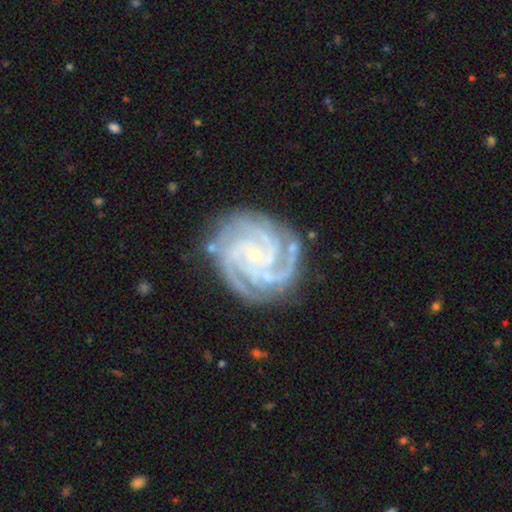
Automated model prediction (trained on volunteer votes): smooth-or-featured: featured or disk: 92% | star or artifact: 5% | smooth: 3%
  disk-edge-on: no: 98% | yes: 2%
    bar: no: 72% | weak: 20% | strong: 8%
    has-spiral-arms: yes: 99% | no: 1%
      spiral-winding: tight: 73% | medium: 25% | loose: 2%
      spiral-arm-count: 4: 37% | 3: 36% | more than 4: 7% | 2: 7% | can't tell: 7% | 1: 5%
    bulge-size: small: 85% | moderate: 11% | none: 2% | large: 1% | dominant: 1%
  merging: none: 78% | minor disturbance: 16% | major disturbance: 5% | merger: 2%